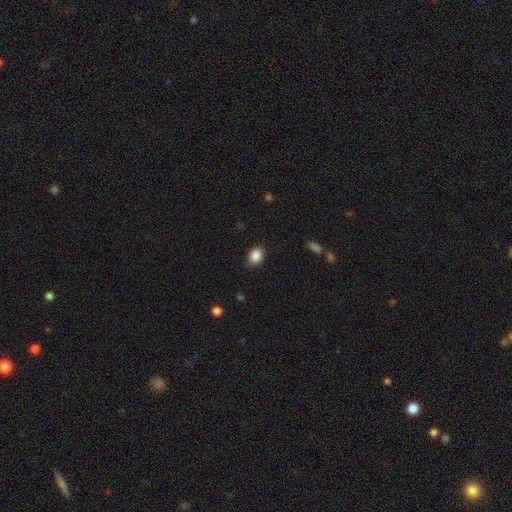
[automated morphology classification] smooth 88%, star or artifact 9%, featured or disk 4%. Down the decision tree: how rounded — in between (62%); merging — none (84%).